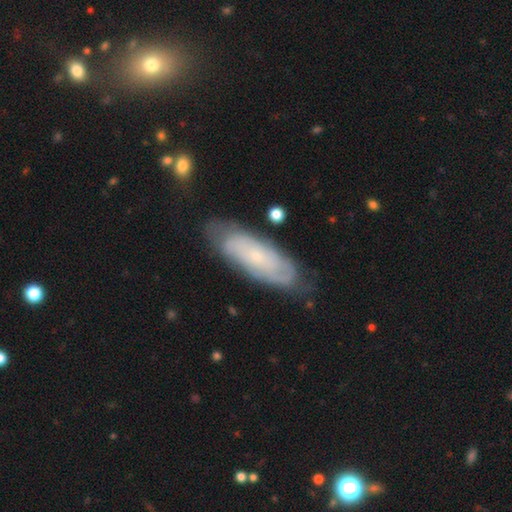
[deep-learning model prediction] Overall: featured or disk (62%; smooth 32%). Edge-on disk: no (85%). Bar: no (78%). Spiral arms: yes (82%). Bulge size: small (79%). Merging: none (72%).